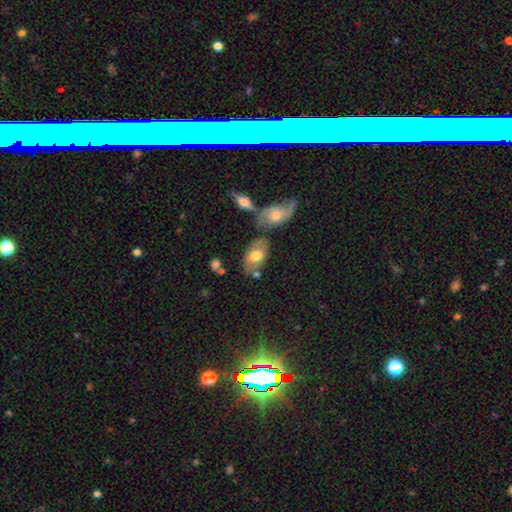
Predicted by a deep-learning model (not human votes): A smooth galaxy with no disk features (64%) that is in between round and cigar-shaped (91%). Merging: none (53%).